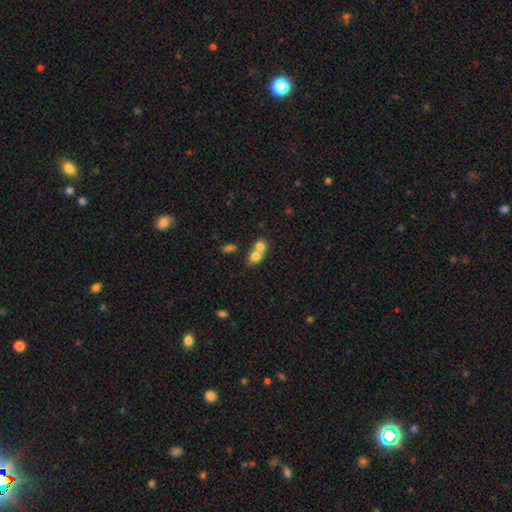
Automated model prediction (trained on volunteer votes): This is likely a smooth galaxy (74%). How rounded: possibly round (53%). Merging: likely merger (67%).